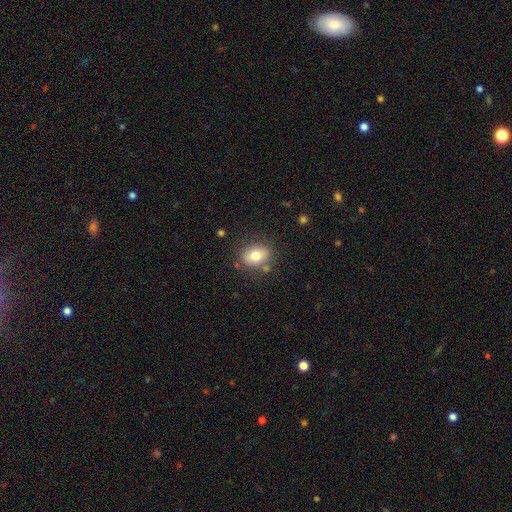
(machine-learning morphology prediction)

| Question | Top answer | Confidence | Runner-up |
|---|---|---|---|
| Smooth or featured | smooth | 75% | featured or disk (16%) |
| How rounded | in between | 56% | round (42%) |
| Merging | none | 79% | minor disturbance (13%) |